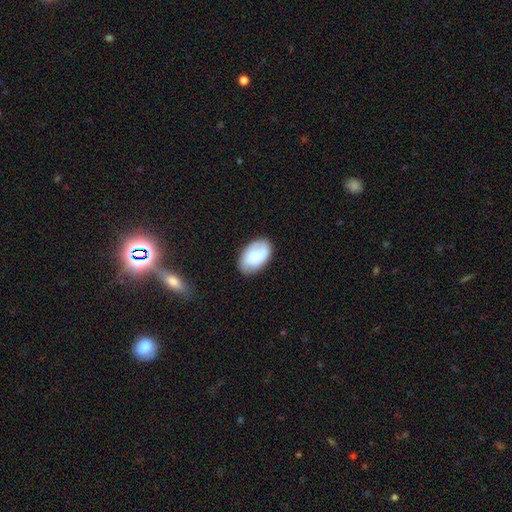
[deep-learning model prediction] smooth_or_featured: smooth (p=0.72) [alt: featured or disk p=0.21]
how_rounded: in between (p=0.92) [alt: round p=0.07]
merging: none (p=0.80) [alt: minor disturbance p=0.16]